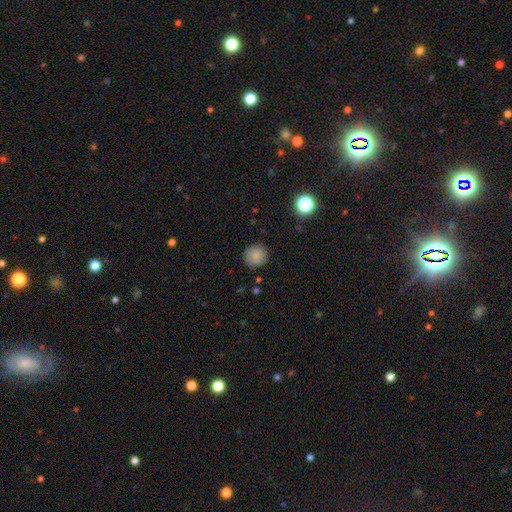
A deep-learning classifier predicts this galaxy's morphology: Smooth or featured? smooth (85%)
How rounded? round (94%)
Merging? none (89%)